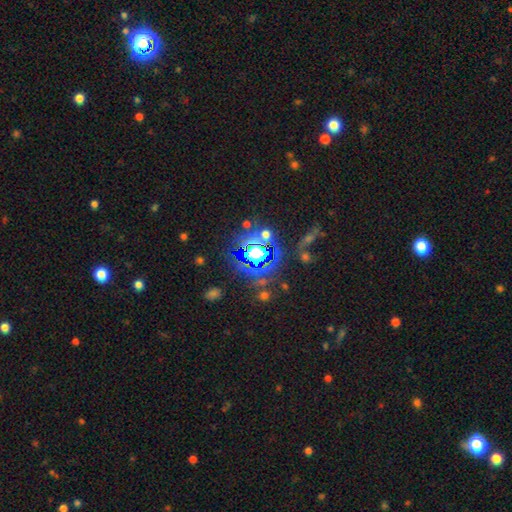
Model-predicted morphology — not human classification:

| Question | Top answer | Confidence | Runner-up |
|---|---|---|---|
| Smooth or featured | star or artifact | 67% | smooth (21%) |